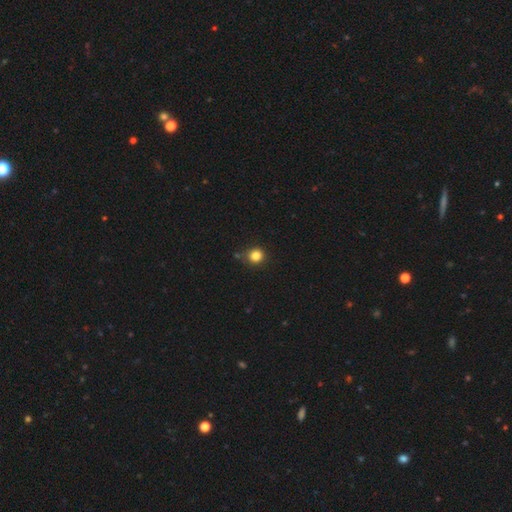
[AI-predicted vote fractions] smooth_or_featured: smooth (p=0.83) [alt: star or artifact p=0.12]
how_rounded: round (p=0.91) [alt: in between p=0.08]
merging: none (p=0.83) [alt: minor disturbance p=0.11]